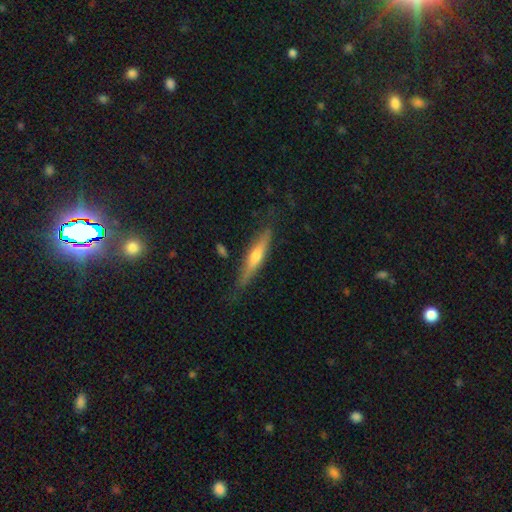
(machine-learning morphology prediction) Q: Smooth or featured?
A: featured or disk (61%); runner-up: smooth (33%)
Q: Edge-on disk?
A: yes (95%); runner-up: no (5%)
Q: Edge-on bulge?
A: rounded (84%); runner-up: none (11%)
Q: Merging?
A: none (78%); runner-up: minor disturbance (17%)